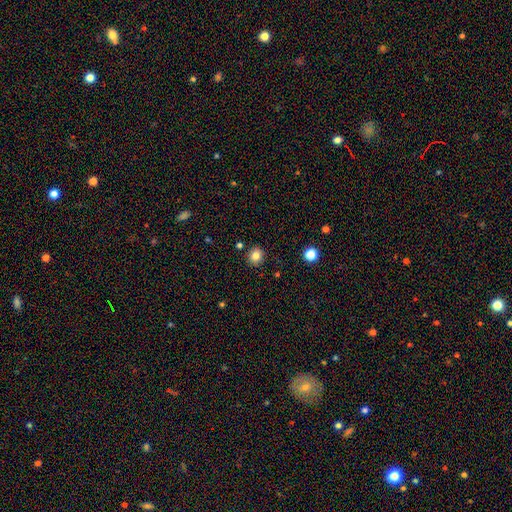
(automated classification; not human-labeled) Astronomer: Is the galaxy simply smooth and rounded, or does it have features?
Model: smooth — 82%.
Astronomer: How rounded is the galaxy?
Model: round — 85%.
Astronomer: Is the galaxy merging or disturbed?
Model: none — 89%.